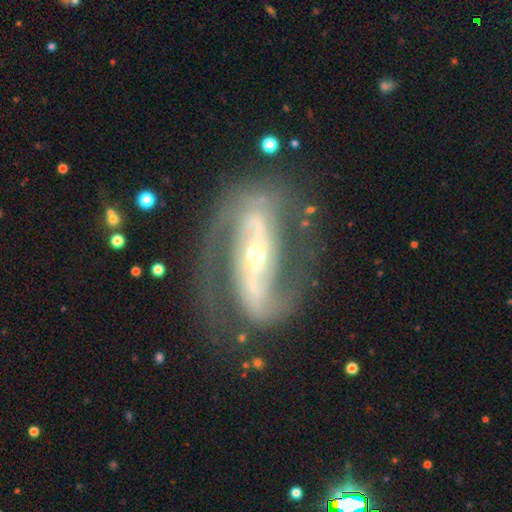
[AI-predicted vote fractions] The model was most divided on "spiral winding": medium: 49%, tight: 28%, loose: 23%. More confident: edge-on disk — no (94%); spiral arms — yes (93%); spiral arm count — 2 (90%); smooth or featured — featured or disk (89%); merging — none (72%); bulge size — small (62%); bar — strong (60%).